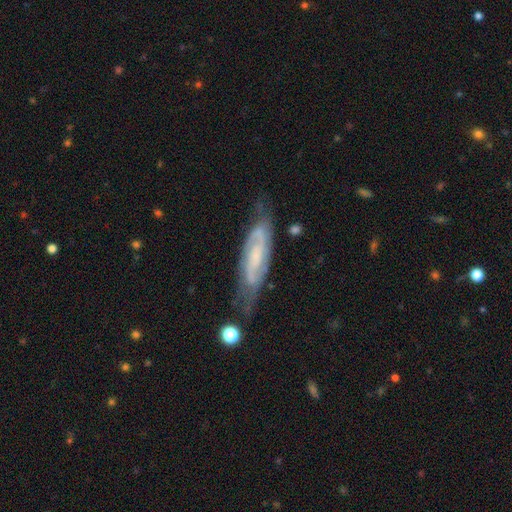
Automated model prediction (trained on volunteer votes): A featured or disk galaxy (76%) with a weak bar (44%), 2 (70%) medium (45%) spiral arms (92%) and a small central bulge (46%). Merging: none (65%).